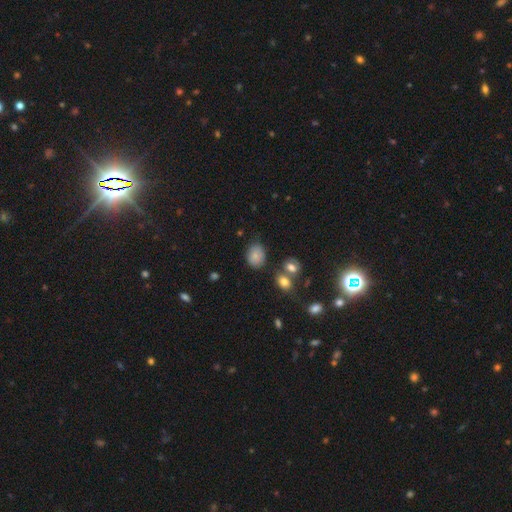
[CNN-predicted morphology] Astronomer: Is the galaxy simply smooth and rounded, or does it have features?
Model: smooth — 80%.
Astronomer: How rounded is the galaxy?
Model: in between — 65%.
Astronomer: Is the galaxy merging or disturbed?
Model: none — 70%.